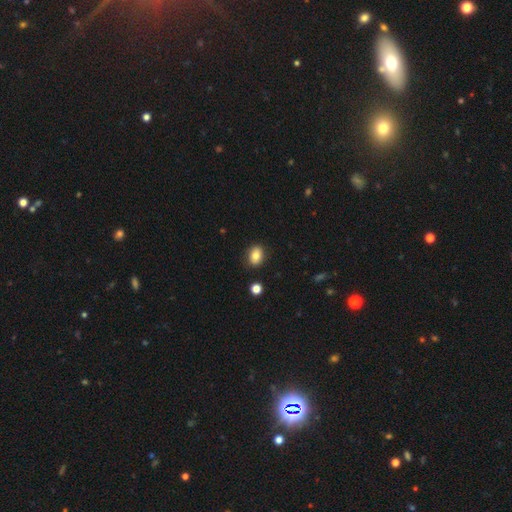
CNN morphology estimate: Smooth or featured? smooth (82%)
How rounded? in between (64%)
Merging? none (86%)